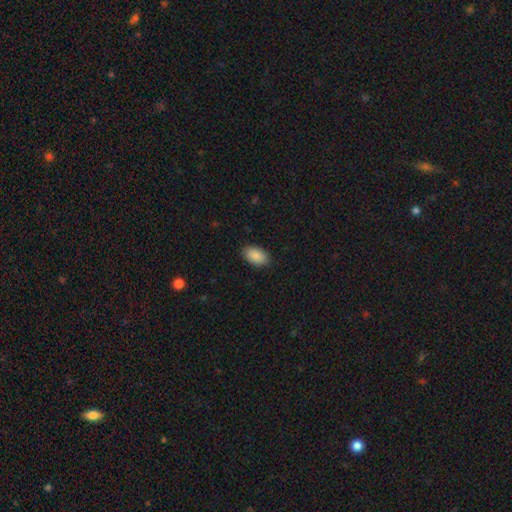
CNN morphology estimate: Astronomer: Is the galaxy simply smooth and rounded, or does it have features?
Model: smooth — 90%.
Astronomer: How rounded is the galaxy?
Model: in between — 93%.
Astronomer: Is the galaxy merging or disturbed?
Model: none — 88%.